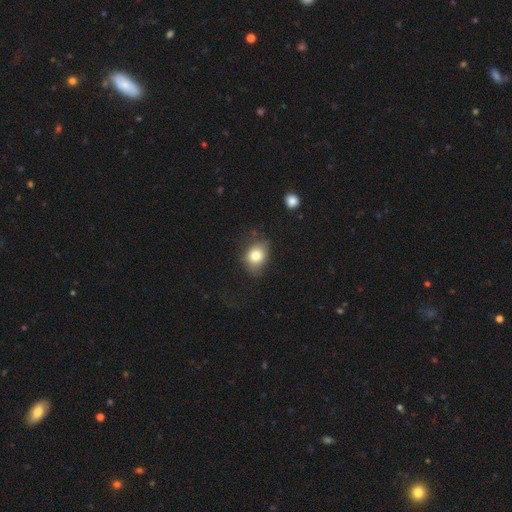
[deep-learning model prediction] This is likely a smooth galaxy (80%). How rounded: likely in between (61%). Merging: likely none (67%).